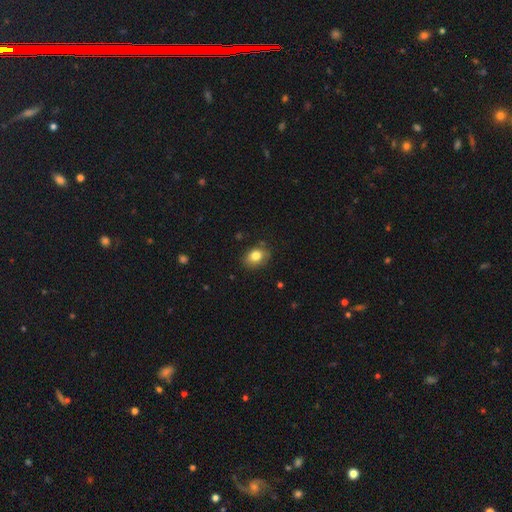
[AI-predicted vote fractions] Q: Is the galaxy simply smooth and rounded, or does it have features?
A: smooth — 81%.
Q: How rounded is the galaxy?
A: in between — 61%.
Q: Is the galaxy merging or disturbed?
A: none — 80%.